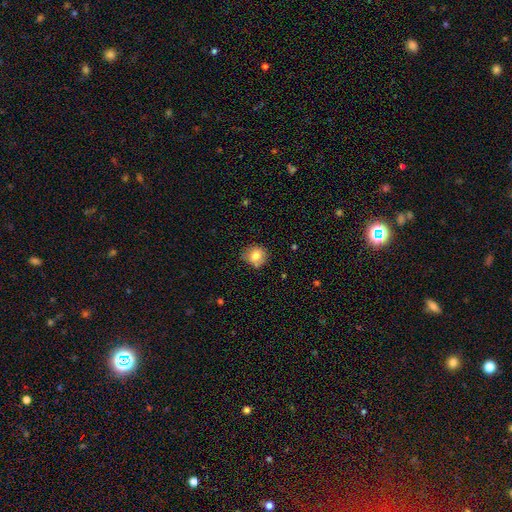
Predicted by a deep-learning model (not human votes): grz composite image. It shows a smooth galaxy with no disk features (77%) that is round (83%). Merging: none (69%).